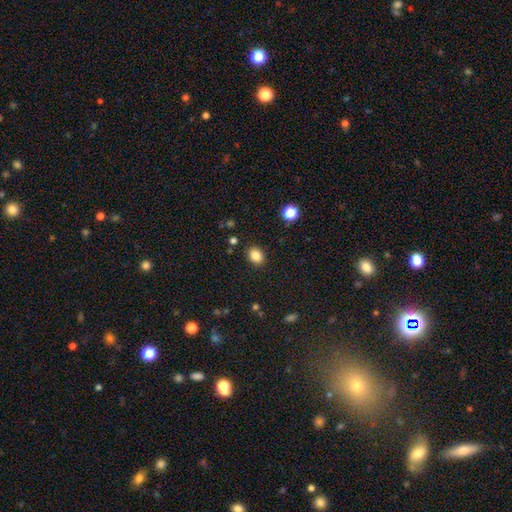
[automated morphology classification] This appears to be a smooth galaxy with no disk features (85%) that is in between round and cigar-shaped (52%). Merging: none (88%).